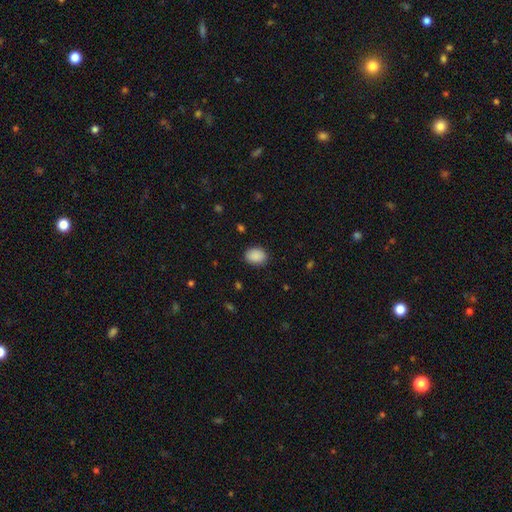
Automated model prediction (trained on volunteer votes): A smooth galaxy with no disk features (90%) that is in between round and cigar-shaped (66%). Merging: none (86%).